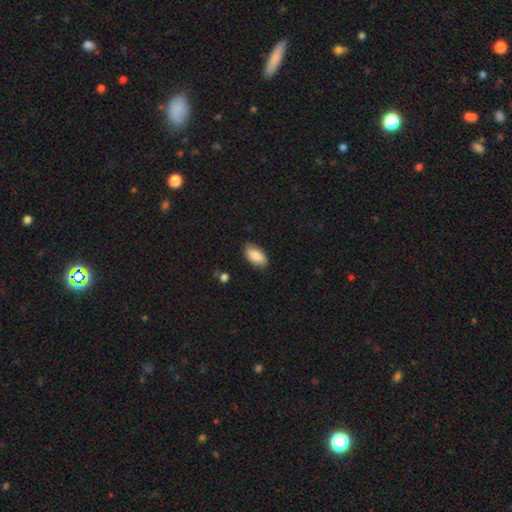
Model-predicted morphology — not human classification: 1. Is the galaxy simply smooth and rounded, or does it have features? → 85% smooth, 8% featured or disk, 6% star or artifact.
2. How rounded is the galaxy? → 94% in between, 4% cigar-shaped, 3% round.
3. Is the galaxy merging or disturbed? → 81% none, 15% minor disturbance, 3% major disturbance, 1% merger.